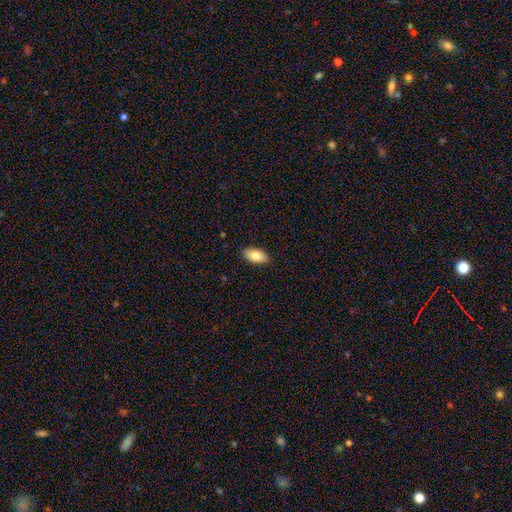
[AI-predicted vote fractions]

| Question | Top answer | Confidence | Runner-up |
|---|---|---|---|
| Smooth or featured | smooth | 83% | featured or disk (11%) |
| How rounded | in between | 94% | cigar-shaped (4%) |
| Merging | none | 89% | minor disturbance (9%) |